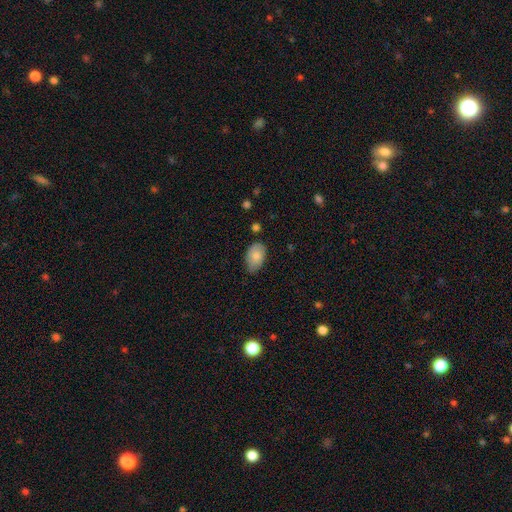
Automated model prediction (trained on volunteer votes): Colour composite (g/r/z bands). It shows a smooth galaxy with no disk features (82%) that is in between round and cigar-shaped (90%). Merging: none (64%).